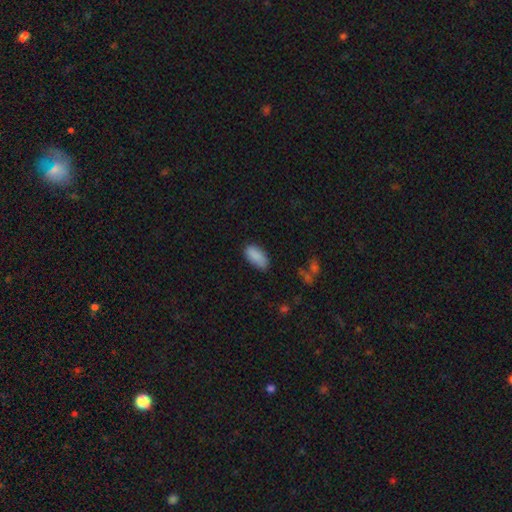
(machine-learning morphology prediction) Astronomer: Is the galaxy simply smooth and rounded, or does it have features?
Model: smooth — 87%.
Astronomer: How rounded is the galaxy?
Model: in between — 90%.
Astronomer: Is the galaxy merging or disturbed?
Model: none — 69%.